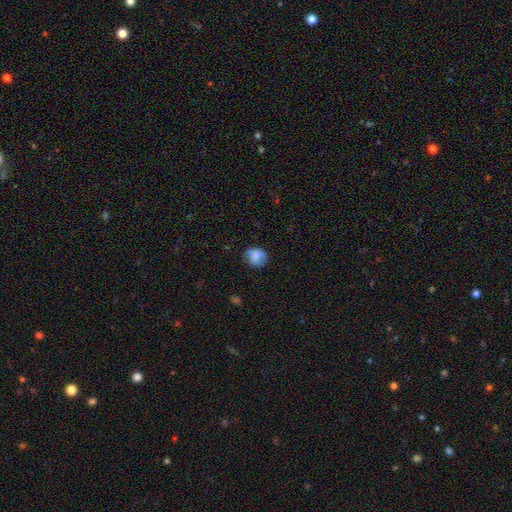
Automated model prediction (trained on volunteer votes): smooth_or_featured: smooth (p=0.72) [alt: featured or disk p=0.19]
how_rounded: round (p=0.65) [alt: in between p=0.34]
merging: none (p=0.66) [alt: minor disturbance p=0.24]